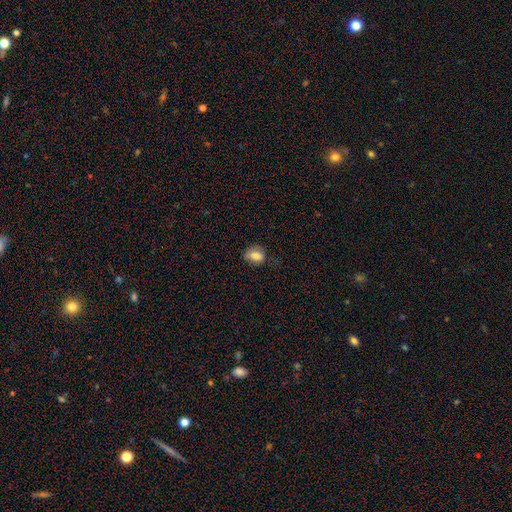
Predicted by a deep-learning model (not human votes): smooth 80%, featured or disk 10%, star or artifact 9%. Down the decision tree: how rounded — in between (60%); merging — none (66%).